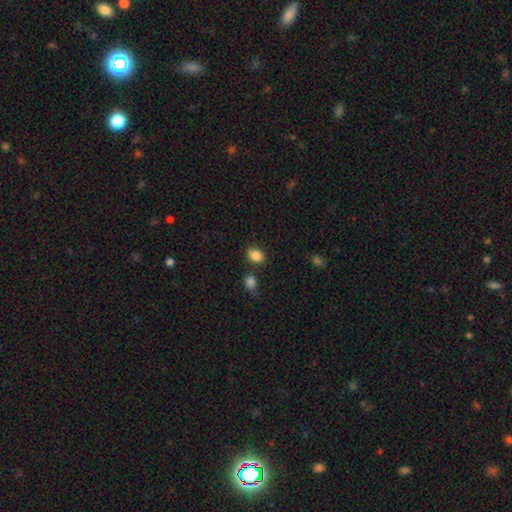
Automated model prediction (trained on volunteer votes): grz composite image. It shows a smooth galaxy with no disk features (86%) that is in between round and cigar-shaped (63%). Merging: none (76%).